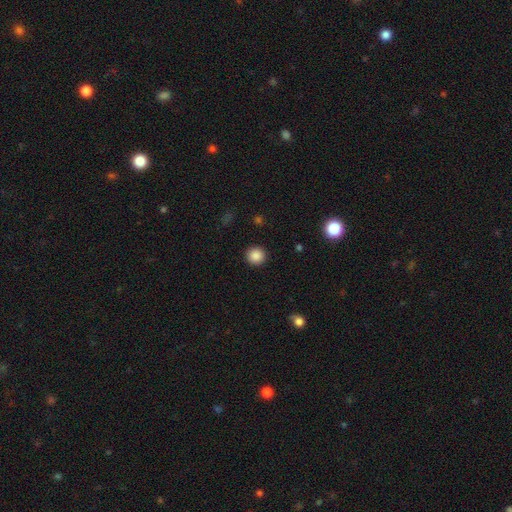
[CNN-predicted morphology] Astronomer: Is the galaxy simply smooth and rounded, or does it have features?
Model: smooth — 87%.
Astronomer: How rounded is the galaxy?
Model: round — 94%.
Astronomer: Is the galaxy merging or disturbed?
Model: none — 92%.